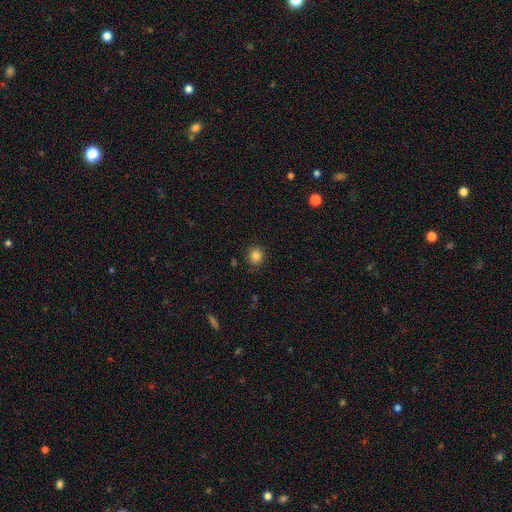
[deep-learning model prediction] smooth-or-featured: smooth: 84% | star or artifact: 12% | featured or disk: 4%
  how-rounded: round: 91% | in between: 8% | cigar-shaped: 1%
  merging: none: 88% | minor disturbance: 8% | major disturbance: 2% | merger: 1%